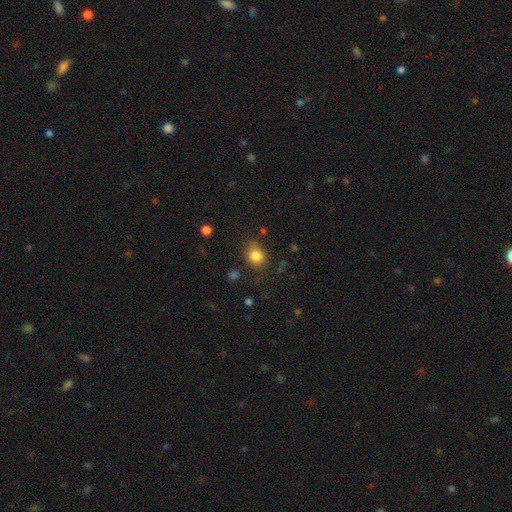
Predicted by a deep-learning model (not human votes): Smooth or featured: smooth — 83% (star or artifact — 11%)
How rounded: round — 70% (in between — 29%)
Merging: none — 73% (minor disturbance — 18%)